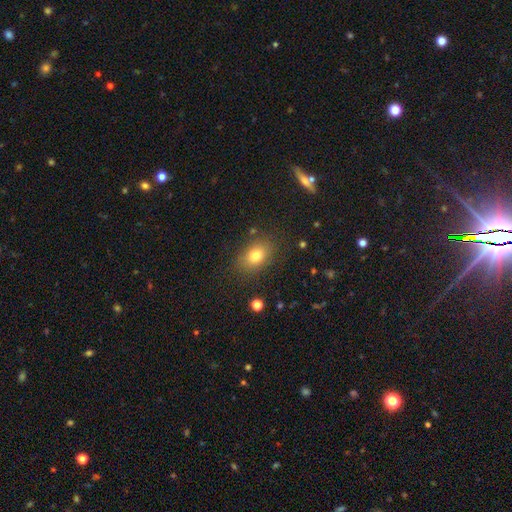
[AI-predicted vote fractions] This is likely a smooth galaxy (77%). How rounded: likely in between (74%). Merging: clearly none (83%).